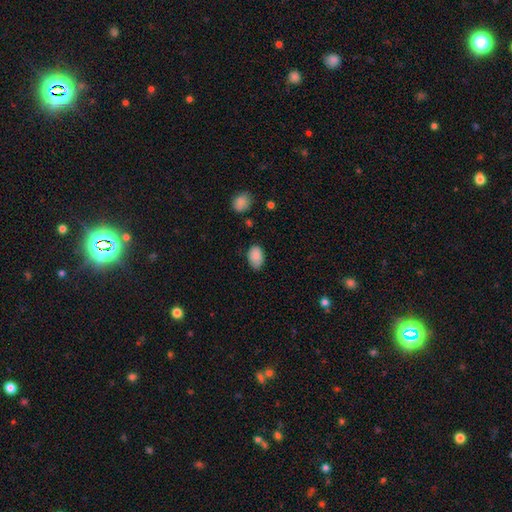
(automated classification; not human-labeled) The model was most divided on "merging": none: 73%, minor disturbance: 22%, major disturbance: 4%, merger: 2%. More confident: how rounded — in between (88%); smooth or featured — smooth (87%).